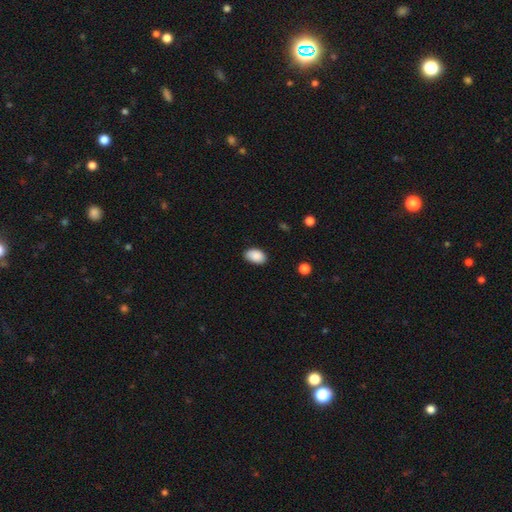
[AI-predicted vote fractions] Smooth or featured? Predicted: smooth (p=0.89). How rounded? Predicted: in between (p=0.90). Merging? Predicted: none (p=0.82).